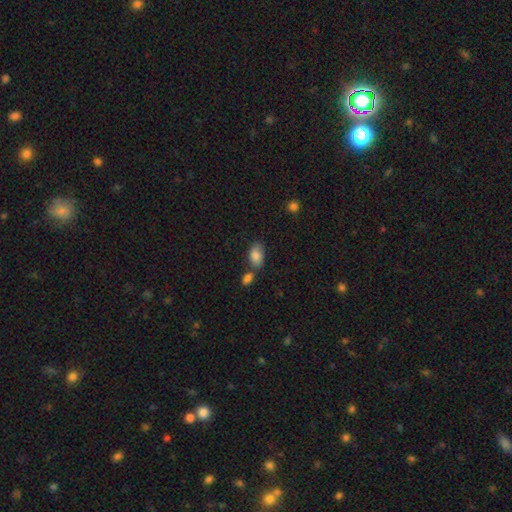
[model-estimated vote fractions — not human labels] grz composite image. It shows a smooth galaxy with no disk features (83%) that is in between round and cigar-shaped (91%). Merging: none (52%).